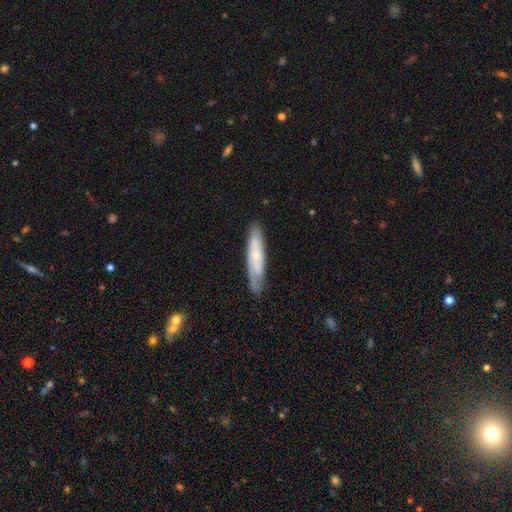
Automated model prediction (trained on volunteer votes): Smooth or featured?
  - featured or disk: 50% *
  - smooth: 44%
  - star or artifact: 6%
Merging?
  - none: 76% *
  - minor disturbance: 19%
  - major disturbance: 4%
  - merger: 2%